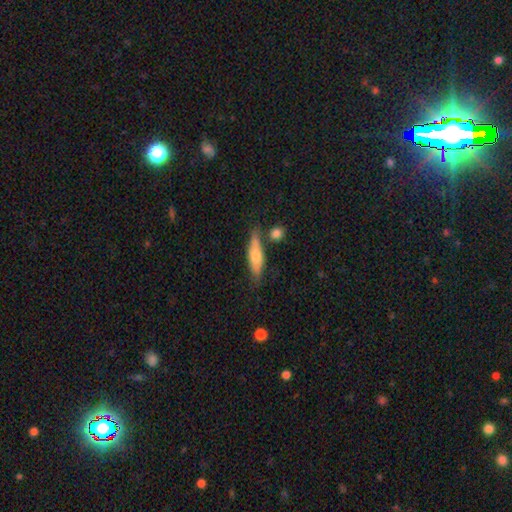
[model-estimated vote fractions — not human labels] smooth 55%, featured or disk 39%, star or artifact 6%. Down the decision tree: how rounded — cigar-shaped (65%); merging — none (72%).